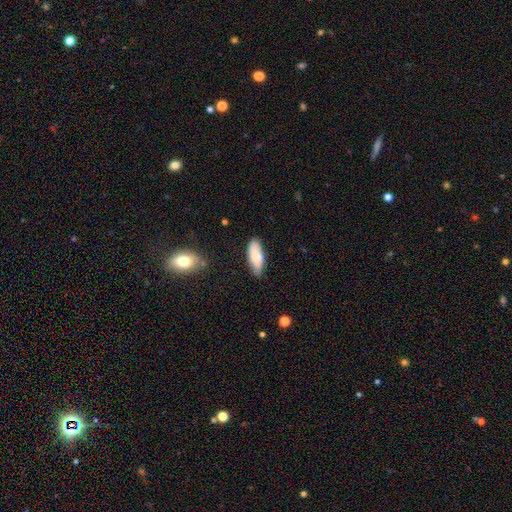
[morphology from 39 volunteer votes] smooth 87%, featured or disk 10%, star or artifact 3%. Down the decision tree: how rounded — in between (68%); merging — none (82%).